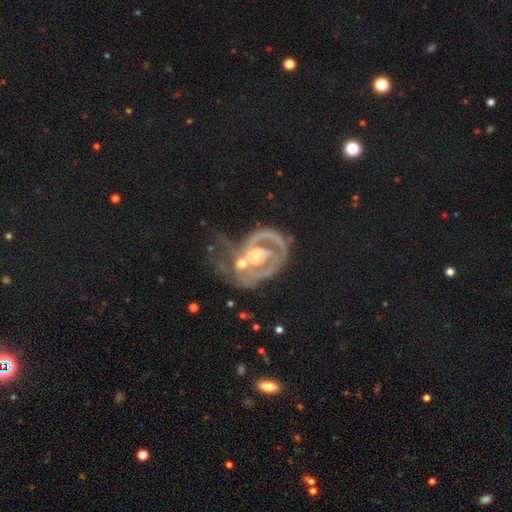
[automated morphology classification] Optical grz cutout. It shows a featured or disk galaxy (85%) with no bar (60%), 1 (39%) tight (50%) spiral arms (84%) and a small central bulge (47%). Merging: merger (32%).